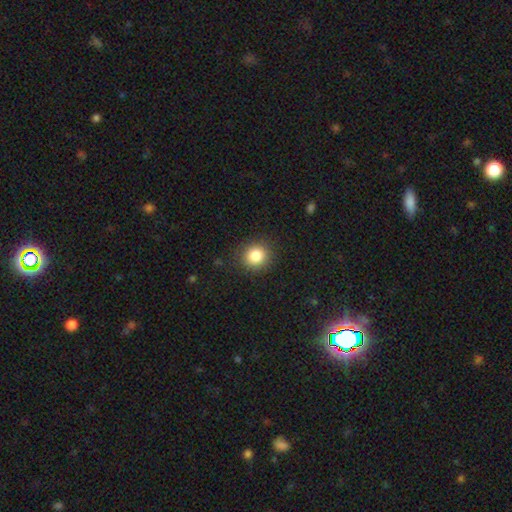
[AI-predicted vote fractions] A smooth galaxy with no disk features (85%) that is round (87%).

Vote fractions:
- Smooth or featured? smooth: 85% / star or artifact: 10% / featured or disk: 5%
- How rounded? round: 87% / in between: 12% / cigar-shaped: 1%
- Merging? none: 88% / minor disturbance: 8% / major disturbance: 3% / merger: 1%